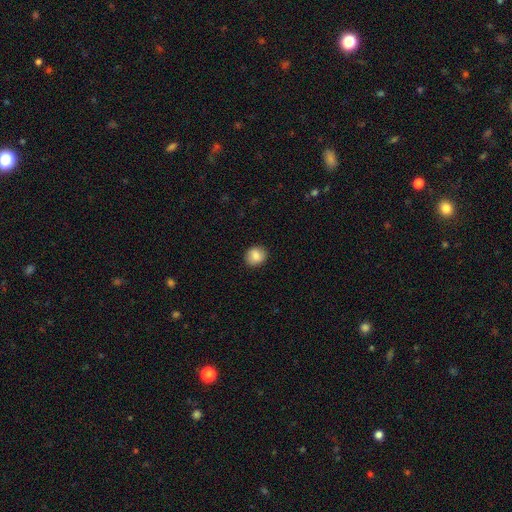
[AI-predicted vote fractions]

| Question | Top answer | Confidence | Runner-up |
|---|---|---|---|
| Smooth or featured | smooth | 85% | star or artifact (8%) |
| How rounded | round | 78% | in between (21%) |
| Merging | none | 90% | minor disturbance (8%) |